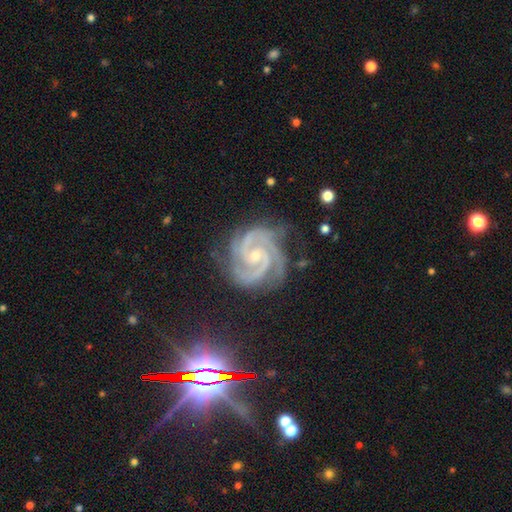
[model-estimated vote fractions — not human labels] This appears to be a featured or disk galaxy (93%) with no bar (56%), 2 (49%) tight (68%) spiral arms (99%) and a small central bulge (68%). Merging: none (73%).